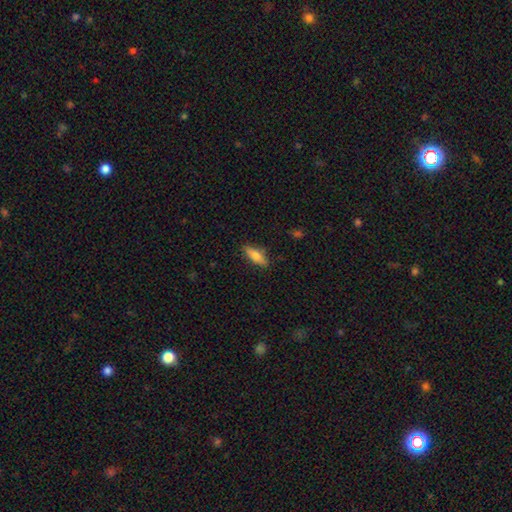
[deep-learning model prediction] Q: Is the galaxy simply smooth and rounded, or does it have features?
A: smooth — 71%.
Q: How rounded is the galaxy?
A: in between — 57%.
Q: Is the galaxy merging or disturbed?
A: none — 83%.